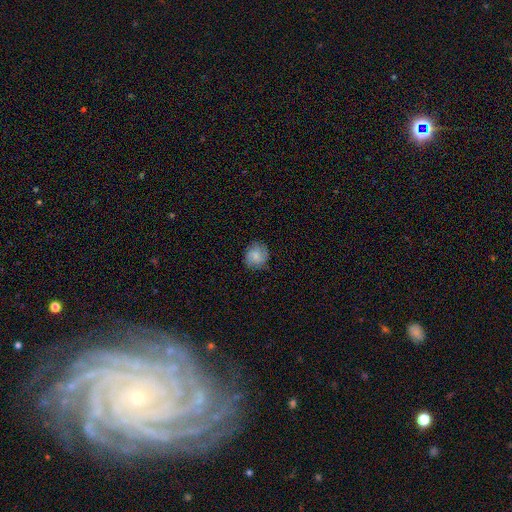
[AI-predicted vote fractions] Q: Smooth or featured?
A: smooth (68%); runner-up: featured or disk (24%)
Q: How rounded?
A: round (84%); runner-up: in between (15%)
Q: Merging?
A: none (78%); runner-up: minor disturbance (16%)